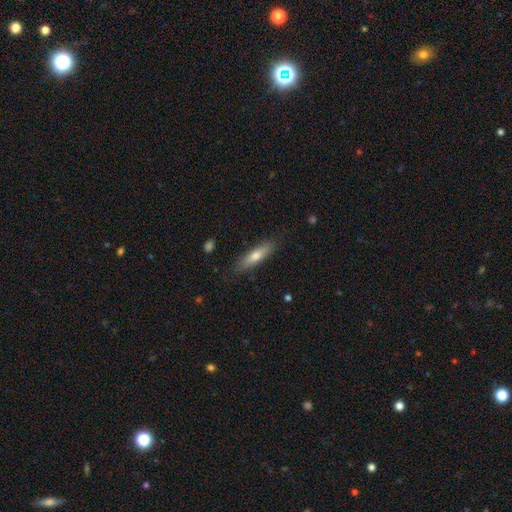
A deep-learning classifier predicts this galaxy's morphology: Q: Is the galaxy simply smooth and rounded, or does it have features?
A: smooth — 65%.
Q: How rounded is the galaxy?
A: cigar-shaped — 74%.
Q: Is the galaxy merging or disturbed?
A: none — 84%.